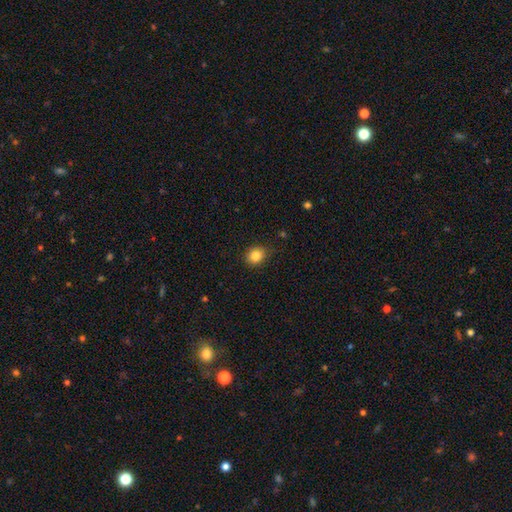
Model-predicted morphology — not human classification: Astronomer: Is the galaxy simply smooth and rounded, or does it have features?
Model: smooth — 85%.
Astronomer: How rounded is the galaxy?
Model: round — 72%.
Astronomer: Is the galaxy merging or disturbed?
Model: none — 82%.